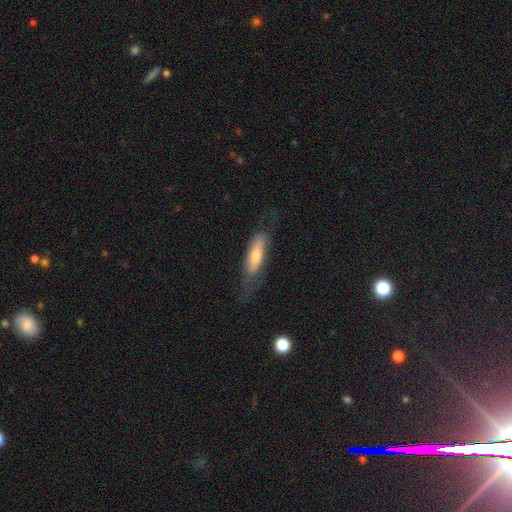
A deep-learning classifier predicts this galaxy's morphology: Q: Smooth or featured?
A: smooth (48%); runner-up: featured or disk (42%)
Q: Merging?
A: none (60%); runner-up: minor disturbance (24%)